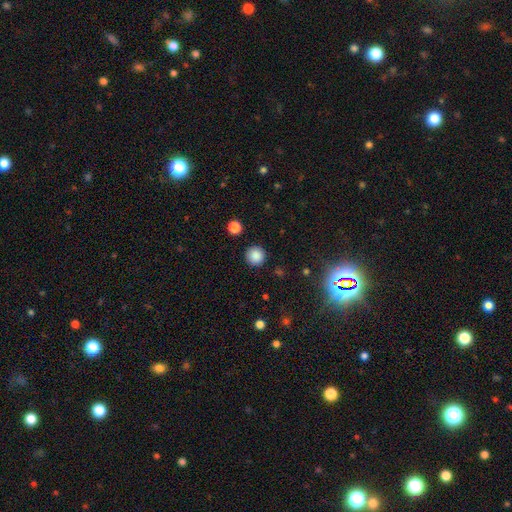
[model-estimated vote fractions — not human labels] Smooth or featured: smooth — 86% (star or artifact — 10%)
How rounded: round — 95% (in between — 4%)
Merging: none — 91% (minor disturbance — 6%)